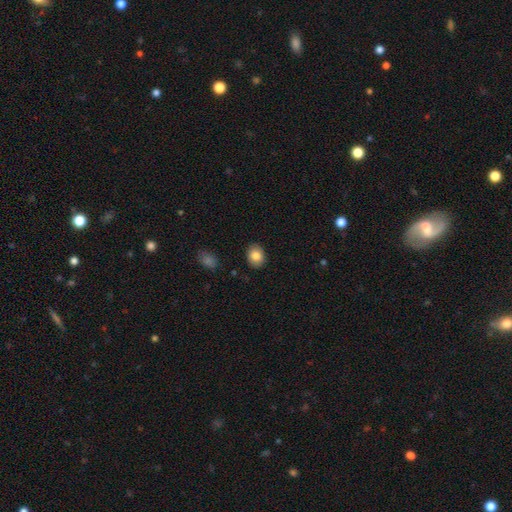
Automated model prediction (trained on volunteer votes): Smooth or featured? smooth (85%)
How rounded? in between (52%)
Merging? none (88%)